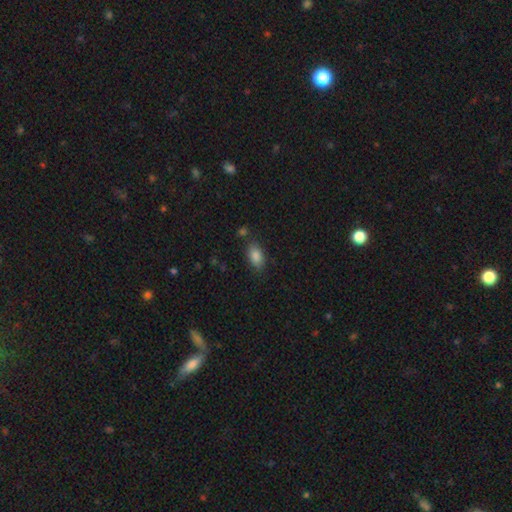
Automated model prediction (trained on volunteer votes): The model was most divided on "merging": none: 79%, minor disturbance: 13%, merger: 5%, major disturbance: 3%. More confident: how rounded — in between (90%); smooth or featured — smooth (86%).